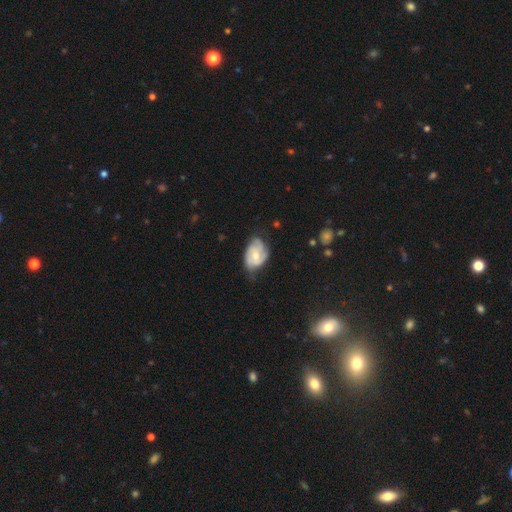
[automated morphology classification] This is likely a featured or disk galaxy (63%). It is clearly not viewed edge-on (97%). Bar: likely no (71%). Spiral arm pattern: clearly yes (82%). Spiral arm count: marginally 2 (31%). Spiral winding: possibly tight (46%). Central bulge: possibly moderate (59%). Merging: possibly none (49%).